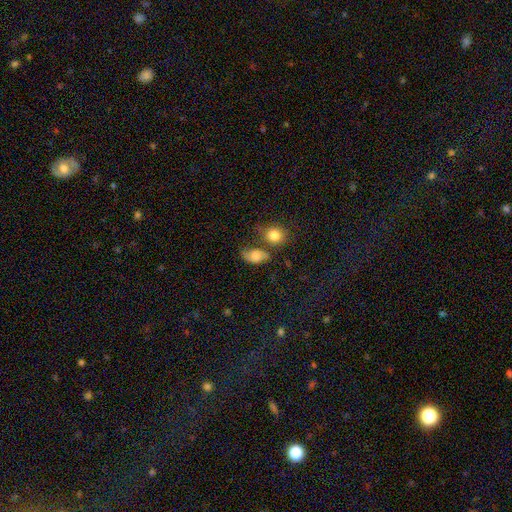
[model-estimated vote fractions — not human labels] Morphology: type=smooth (64%); roundness=in between (78%); merging=none (49%).